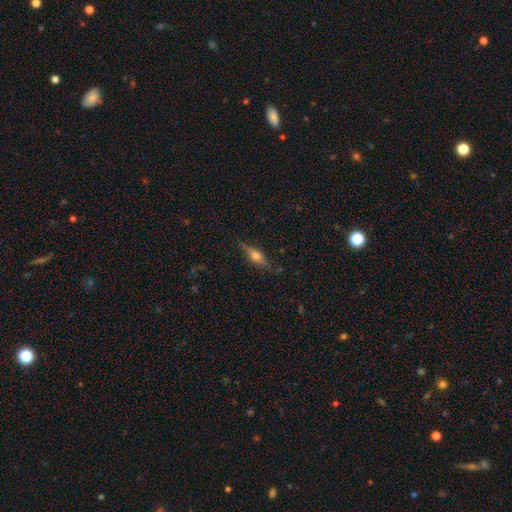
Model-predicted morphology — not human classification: Smooth or featured? featured or disk (59%)
Edge-on disk? yes (95%)
Edge-on bulge? rounded (91%)
Merging? none (83%)